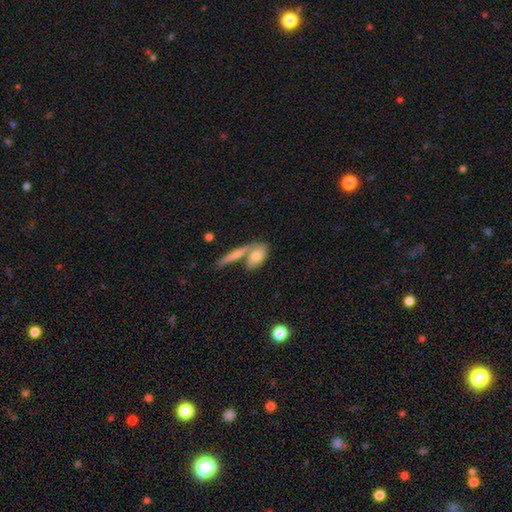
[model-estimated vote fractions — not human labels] smooth 71%, featured or disk 23%, star or artifact 6%. Down the decision tree: how rounded — in between (75%); merging — none (45%).